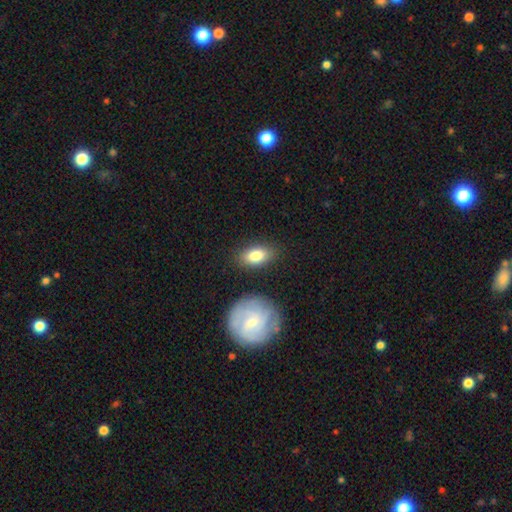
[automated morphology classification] Overall: smooth (81%). How rounded: in between (90%). Merging: none (83%).